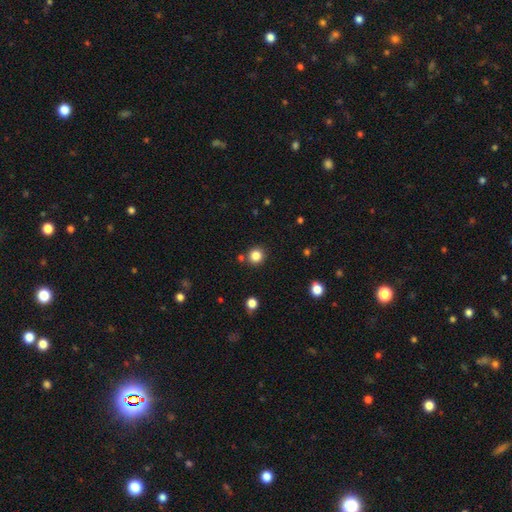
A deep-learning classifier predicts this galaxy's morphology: Smooth or featured?
  - smooth: 83% *
  - star or artifact: 12%
  - featured or disk: 5%
How rounded?
  - round: 92% *
  - in between: 7%
  - cigar-shaped: 1%
Merging?
  - none: 85% *
  - minor disturbance: 7%
  - merger: 6%
  - major disturbance: 2%